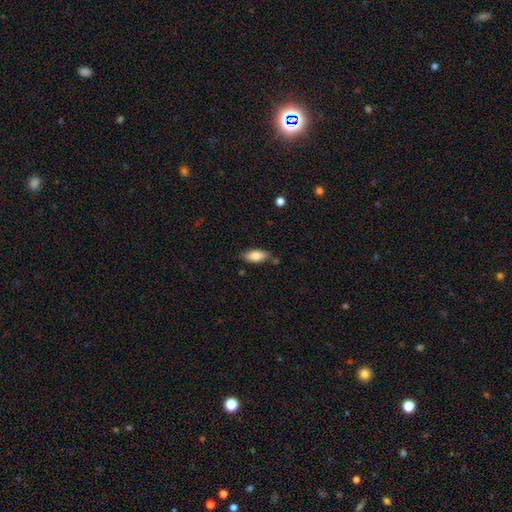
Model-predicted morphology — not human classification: Smooth or featured?
  - smooth: 84% *
  - featured or disk: 9%
  - star or artifact: 7%
How rounded?
  - in between: 87% *
  - cigar-shaped: 10%
  - round: 2%
Merging?
  - none: 76% *
  - minor disturbance: 17%
  - merger: 4%
  - major disturbance: 3%